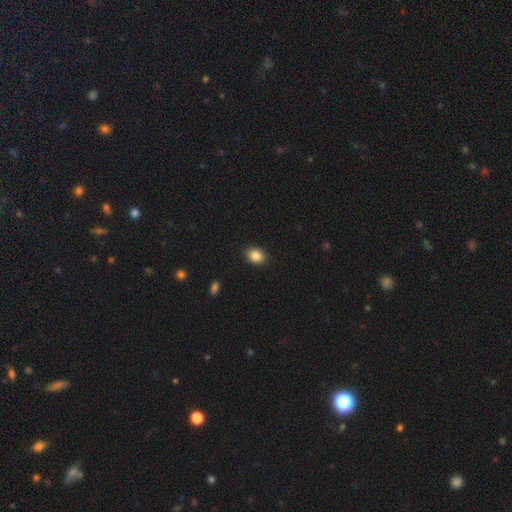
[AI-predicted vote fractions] smooth_or_featured: smooth (p=0.86) [alt: star or artifact p=0.09]
how_rounded: in between (p=0.60) [alt: round p=0.39]
merging: none (p=0.89) [alt: minor disturbance p=0.08]